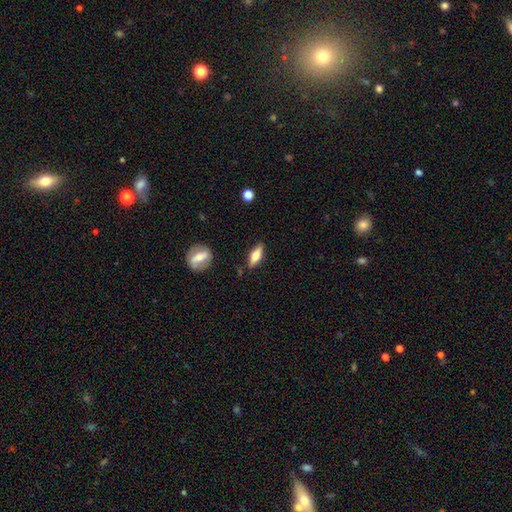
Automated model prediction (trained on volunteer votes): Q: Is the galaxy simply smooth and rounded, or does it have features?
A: smooth — 50%.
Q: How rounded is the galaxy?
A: cigar-shaped — 49%.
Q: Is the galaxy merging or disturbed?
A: none — 84%.